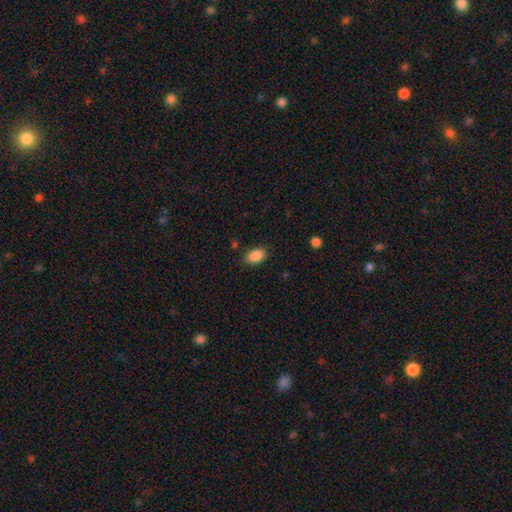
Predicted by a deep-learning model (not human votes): smooth-or-featured: smooth: 88% | star or artifact: 8% | featured or disk: 4%
  how-rounded: in between: 88% | round: 10% | cigar-shaped: 2%
  merging: none: 84% | minor disturbance: 12% | major disturbance: 3% | merger: 1%